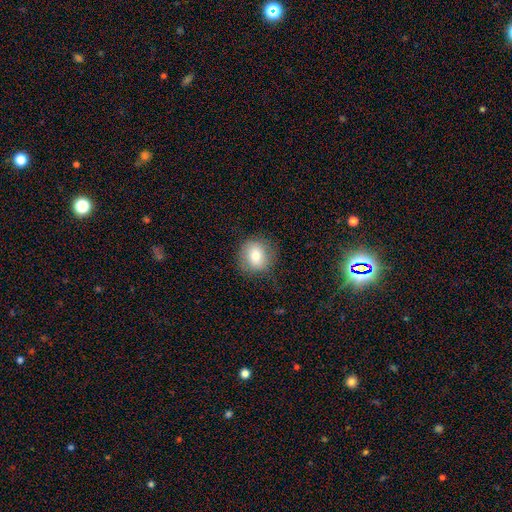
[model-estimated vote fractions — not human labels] smooth_or_featured: smooth (p=0.76) [alt: featured or disk p=0.14]
how_rounded: round (p=0.83) [alt: in between p=0.16]
merging: none (p=0.81) [alt: minor disturbance p=0.13]